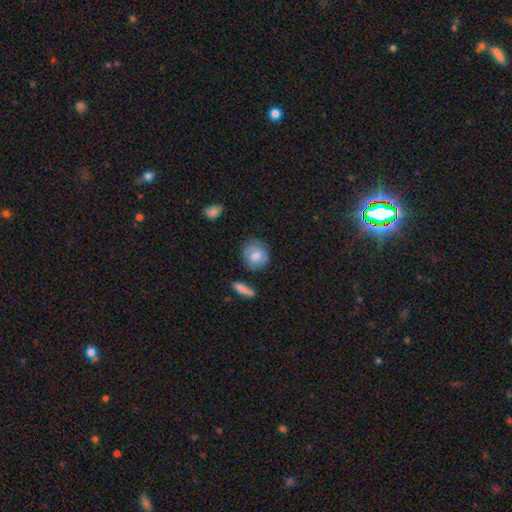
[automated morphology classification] A smooth galaxy with no disk features (67%) that is round (77%). Merging: none (74%).